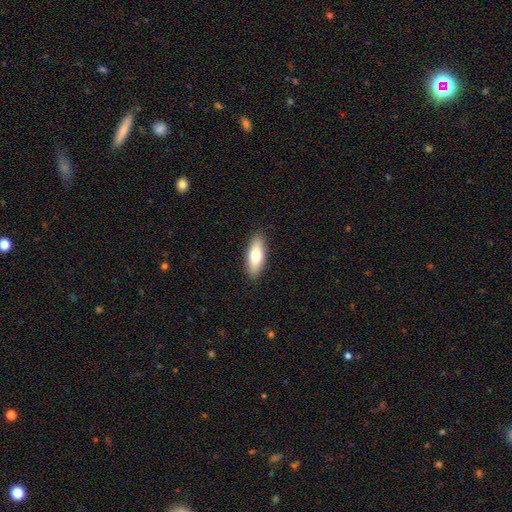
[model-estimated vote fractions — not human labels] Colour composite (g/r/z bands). It shows a smooth galaxy with no disk features (70%) that is in between round and cigar-shaped (68%). Merging: none (90%).